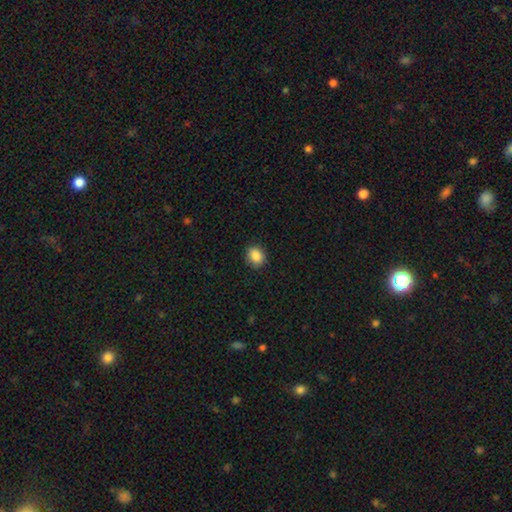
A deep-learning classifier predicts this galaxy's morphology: This is clearly a smooth galaxy (87%). How rounded: likely round (63%). Merging: clearly none (90%).